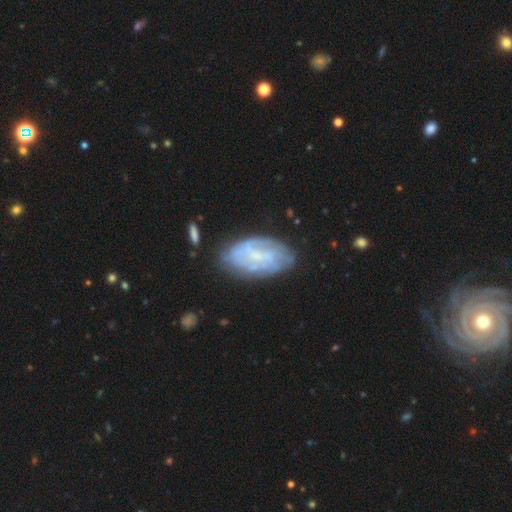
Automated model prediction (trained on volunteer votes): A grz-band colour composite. It shows a featured or disk galaxy (63%) with a weak bar (45%), spiral arms (67%) and a small central bulge (49%). Merging: none (66%).